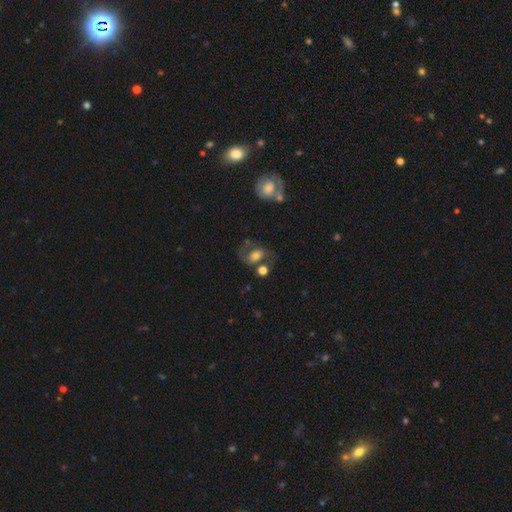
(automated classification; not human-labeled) The model was most divided on "smooth or featured": featured or disk: 49%, smooth: 41%, star or artifact: 9%. Remaining: merging — none (50%).